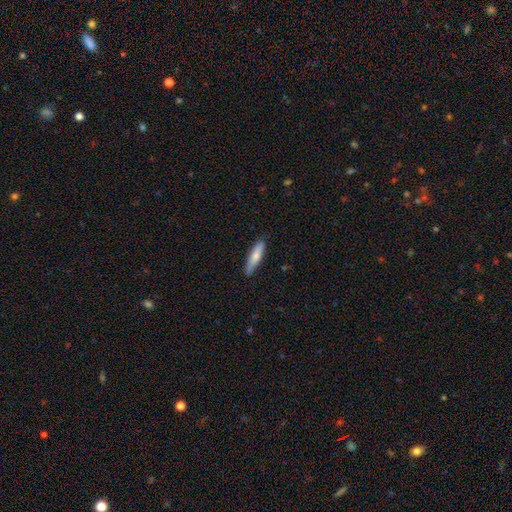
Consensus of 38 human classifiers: Morphology: type=smooth (66%); roundness=cigar-shaped (84%); merging=none (86%).